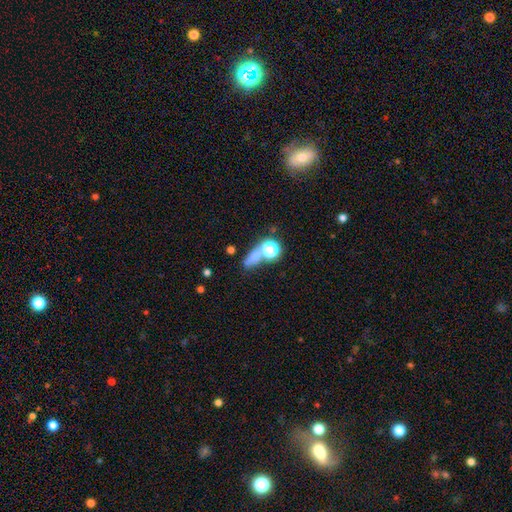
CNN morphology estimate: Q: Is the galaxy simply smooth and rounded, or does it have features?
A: smooth — 59%.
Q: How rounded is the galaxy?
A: in between — 43%.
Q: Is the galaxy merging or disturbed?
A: none — 49%.